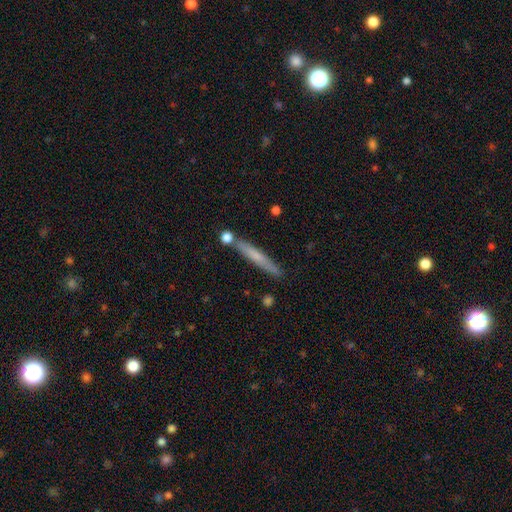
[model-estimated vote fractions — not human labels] A smooth galaxy with no disk features (55%) that is cigar-shaped (95%).

Vote fractions:
- Smooth or featured? smooth: 55% / featured or disk: 39% / star or artifact: 7%
- How rounded? cigar-shaped: 95% / in between: 4% / round: 2%
- Merging? none: 81% / minor disturbance: 11% / merger: 6% / major disturbance: 2%